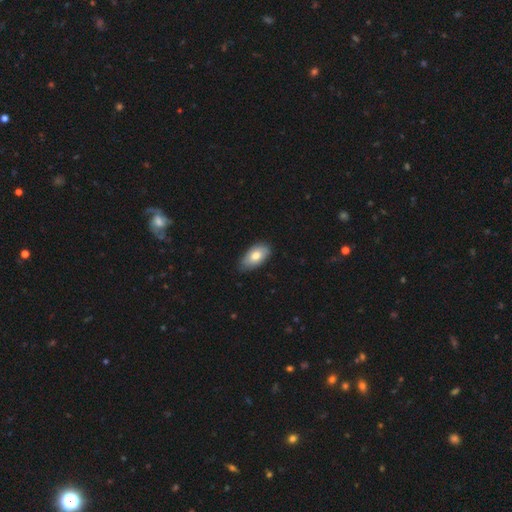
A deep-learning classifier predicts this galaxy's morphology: type=smooth (75%); roundness=in between (94%); merging=none (75%).